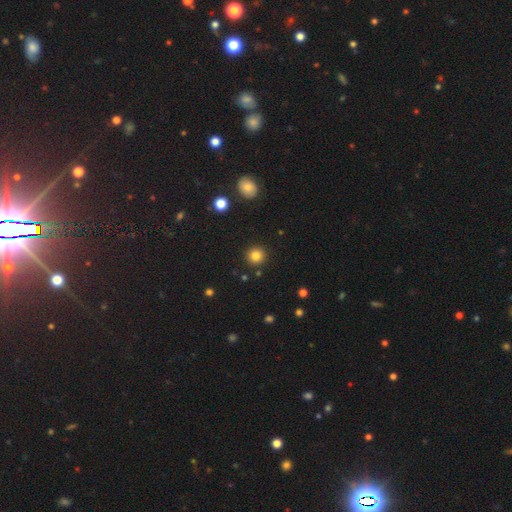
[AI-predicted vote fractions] Overall: smooth (84%). How rounded: round (94%). Merging: none (91%).